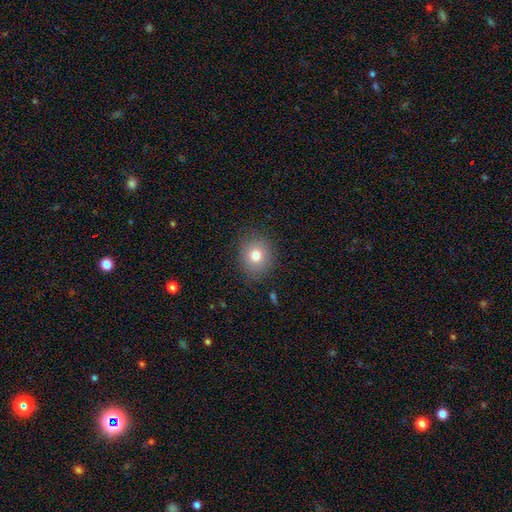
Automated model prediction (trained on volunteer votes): Morphology: type=smooth (79%); roundness=round (75%); merging=none (86%).